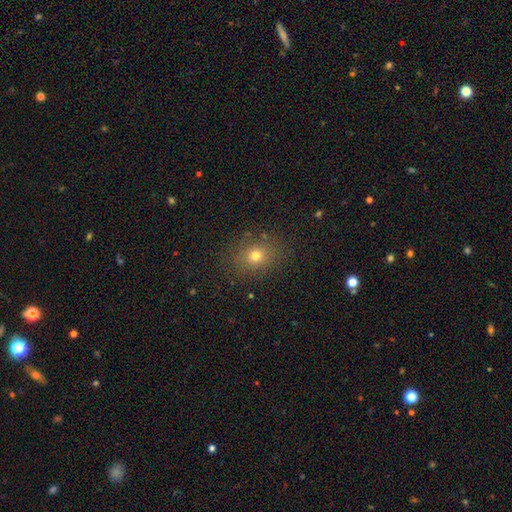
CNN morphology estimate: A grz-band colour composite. It shows a smooth galaxy with no disk features (74%) that is round (57%). Merging: none (85%).